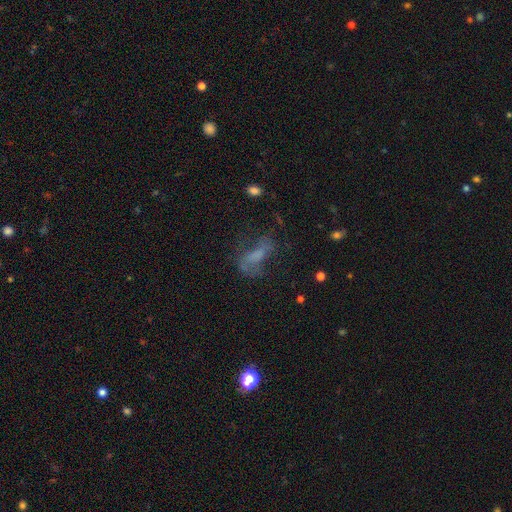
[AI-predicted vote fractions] Morphology: type=featured or disk (45%); merging=none (45%).